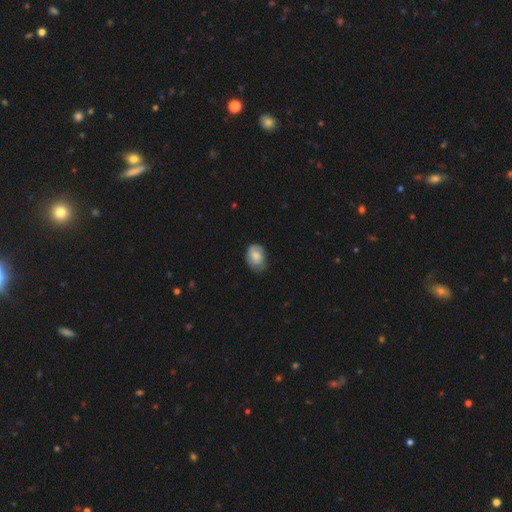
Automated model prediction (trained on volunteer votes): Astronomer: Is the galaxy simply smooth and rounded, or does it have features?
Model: smooth — 77%.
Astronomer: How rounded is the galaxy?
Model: in between — 75%.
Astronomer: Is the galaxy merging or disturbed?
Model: none — 61%.